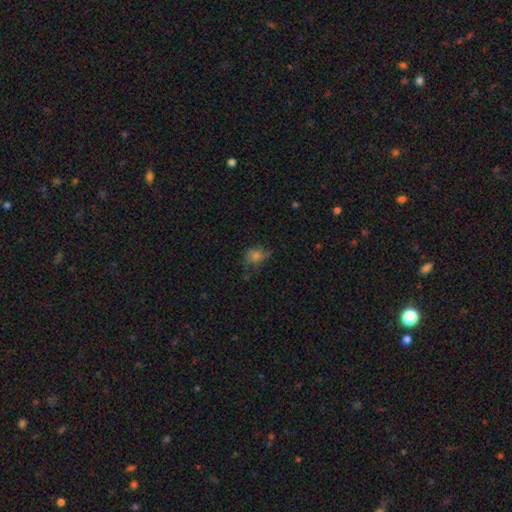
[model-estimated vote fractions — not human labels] smooth-or-featured: smooth: 64% | featured or disk: 18% | star or artifact: 18%
  how-rounded: round: 64% | in between: 35% | cigar-shaped: 1%
  merging: none: 60% | minor disturbance: 27% | major disturbance: 11% | merger: 2%